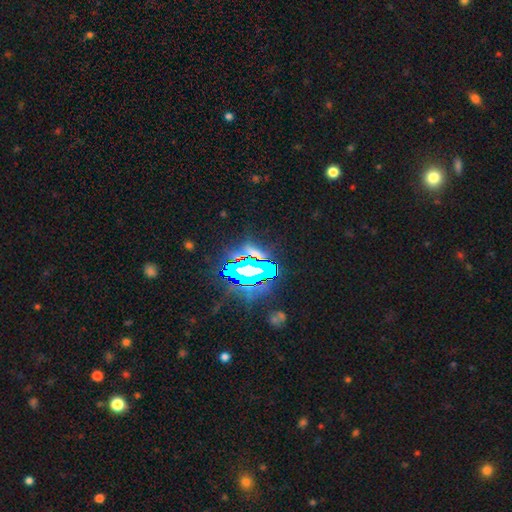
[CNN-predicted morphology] A star or artifact, not a galaxy (74%).

Vote fractions:
- Smooth or featured? star or artifact: 74% / featured or disk: 13% / smooth: 13%